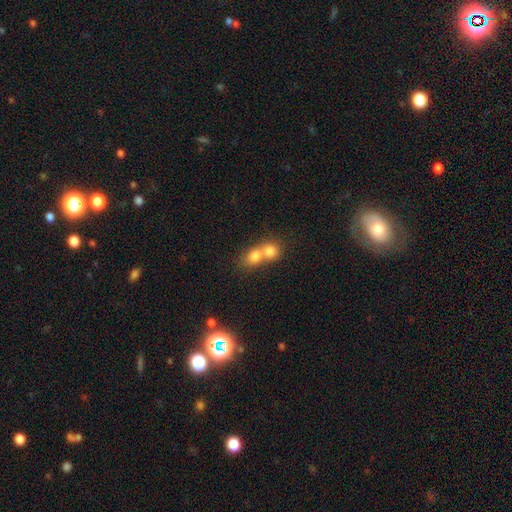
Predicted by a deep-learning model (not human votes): This appears to be a smooth galaxy with no disk features (75%) that is round (63%). Merging: merger (70%).